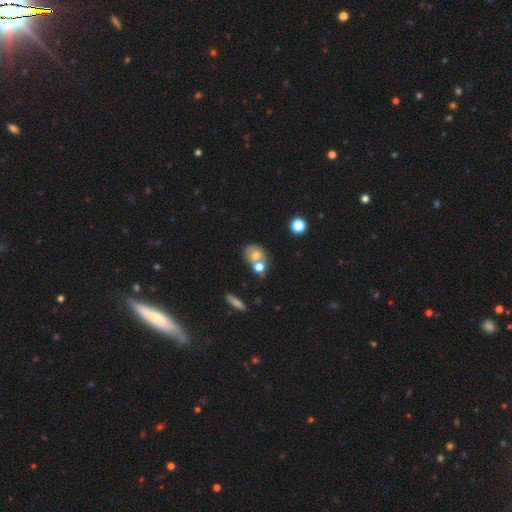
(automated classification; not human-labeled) Smooth or featured: smooth — 64% (featured or disk — 24%)
How rounded: round — 57% (in between — 41%)
Merging: merger — 45% (none — 39%)